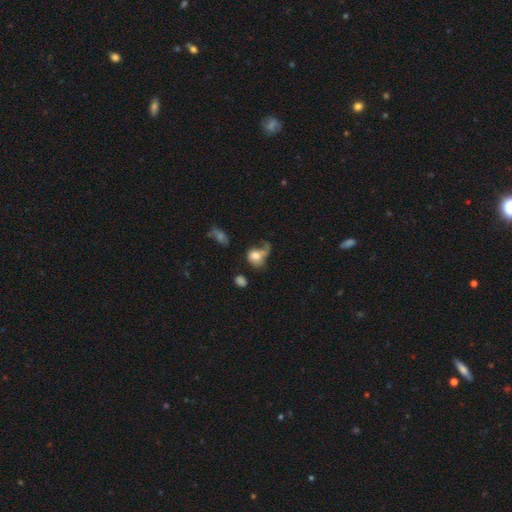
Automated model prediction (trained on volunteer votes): Smooth or featured? smooth (65%)
How rounded? round (49%, tied with in between)
Merging? major disturbance (42%)